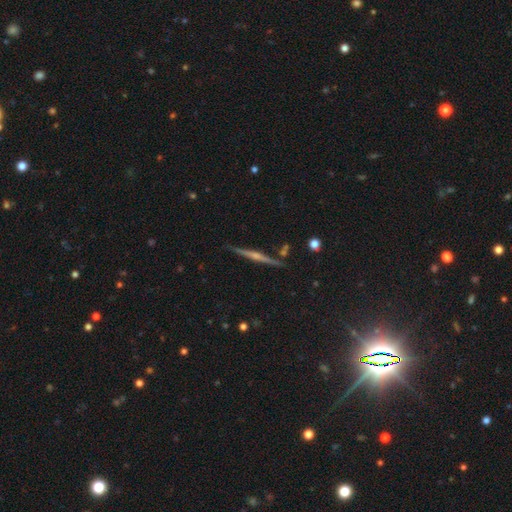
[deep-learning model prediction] The model was most divided on "edge-on bulge": rounded: 78%, none: 14%, boxy: 9%. More confident: edge-on disk — yes (98%); merging — none (90%); smooth or featured — featured or disk (80%).